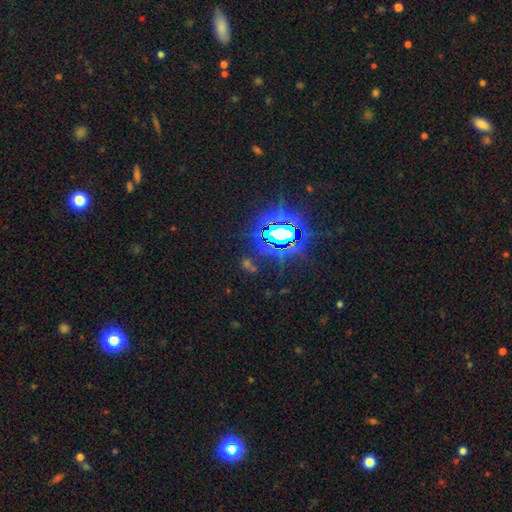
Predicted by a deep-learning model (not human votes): Q: Smooth or featured?
A: star or artifact (83%); runner-up: smooth (10%)